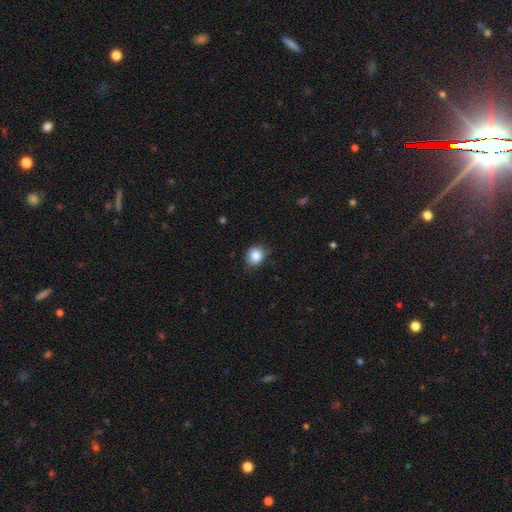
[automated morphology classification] This appears to be a smooth galaxy with no disk features (84%) that is round (70%). Merging: none (76%).